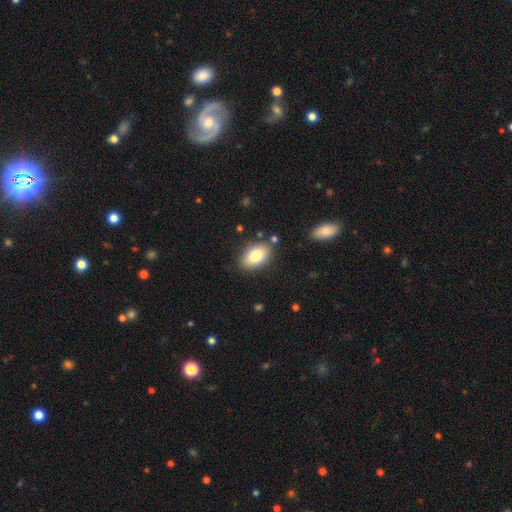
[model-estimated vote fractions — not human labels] This appears to be a smooth galaxy with no disk features (79%) that is in between round and cigar-shaped (89%). Merging: none (83%).